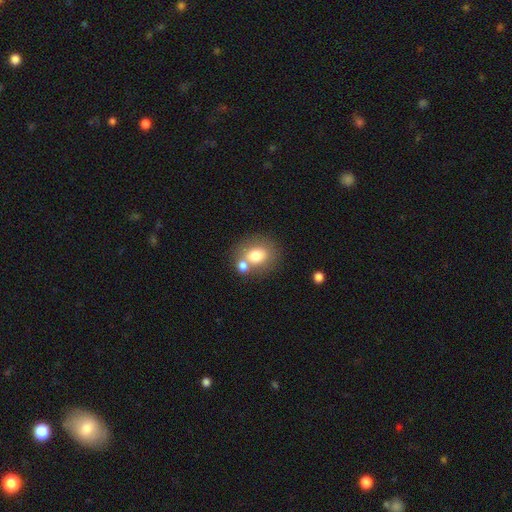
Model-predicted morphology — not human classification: Smooth or featured? Predicted: smooth (p=0.74). How rounded? Predicted: round (p=0.57). Merging? Predicted: none (p=0.53).